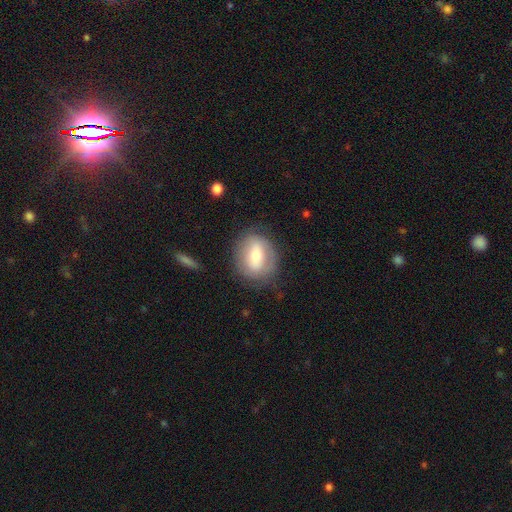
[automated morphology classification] The model was most divided on "how rounded": in between: 54%, round: 45%, cigar-shaped: 2%. More confident: merging — none (75%); smooth or featured — smooth (52%).